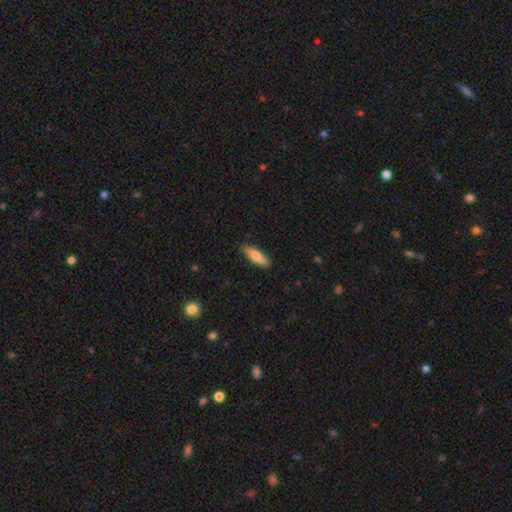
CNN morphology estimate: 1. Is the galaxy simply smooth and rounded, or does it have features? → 77% smooth, 17% featured or disk, 6% star or artifact.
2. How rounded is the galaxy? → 55% cigar-shaped, 43% in between, 2% round.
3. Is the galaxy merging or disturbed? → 85% none, 12% minor disturbance, 2% major disturbance, 1% merger.